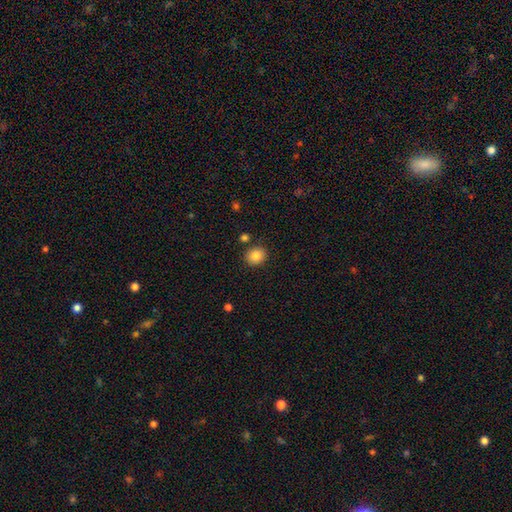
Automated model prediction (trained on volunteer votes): The model was most divided on "how rounded": round: 72%, in between: 27%, cigar-shaped: 1%. More confident: merging — none (86%); smooth or featured — smooth (85%).